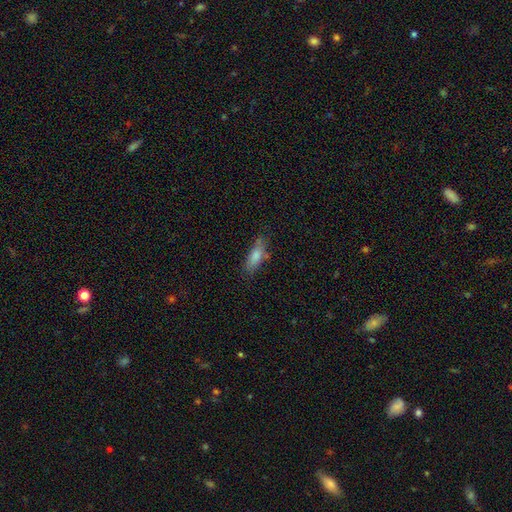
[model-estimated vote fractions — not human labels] The model was most divided on "how rounded": in between: 52%, cigar-shaped: 45%, round: 3%. More confident: smooth or featured — smooth (74%); merging — none (71%).